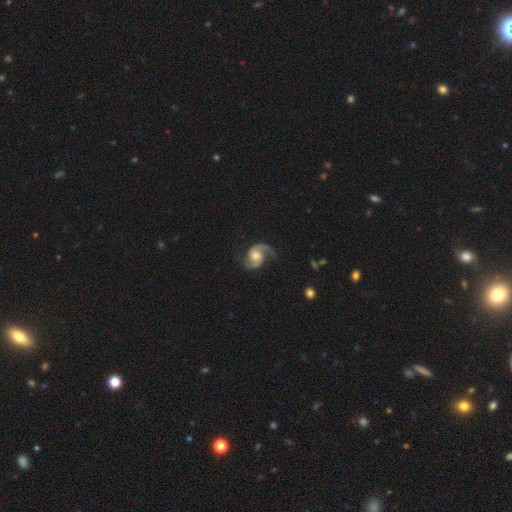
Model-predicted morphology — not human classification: featured or disk 91%, smooth 5%, star or artifact 4%. Down the decision tree: edge-on disk — no (98%); bar — no (62%); spiral arms — yes (98%); spiral arm count — 2 (93%); spiral winding — medium (55%); bulge size — moderate (54%); merging — none (75%).